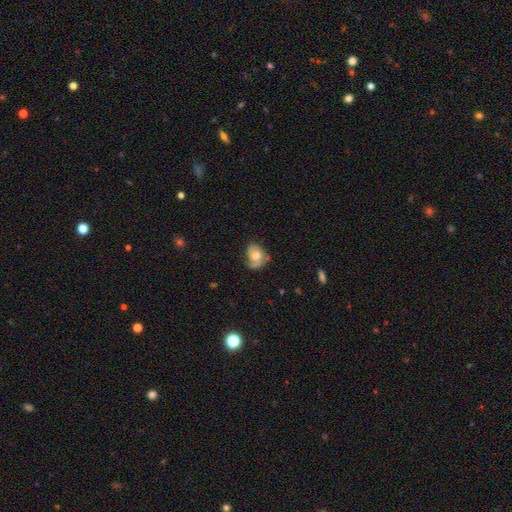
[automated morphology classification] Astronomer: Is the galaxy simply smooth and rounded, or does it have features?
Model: featured or disk — 57% (runner-up: smooth, 35%).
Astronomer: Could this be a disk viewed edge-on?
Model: no — 97%.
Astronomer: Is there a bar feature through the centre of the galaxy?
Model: no — 73%.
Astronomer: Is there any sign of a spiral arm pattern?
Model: yes — 84%.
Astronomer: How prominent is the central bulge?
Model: moderate — 54%.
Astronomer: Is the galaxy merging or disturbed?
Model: none — 54%.